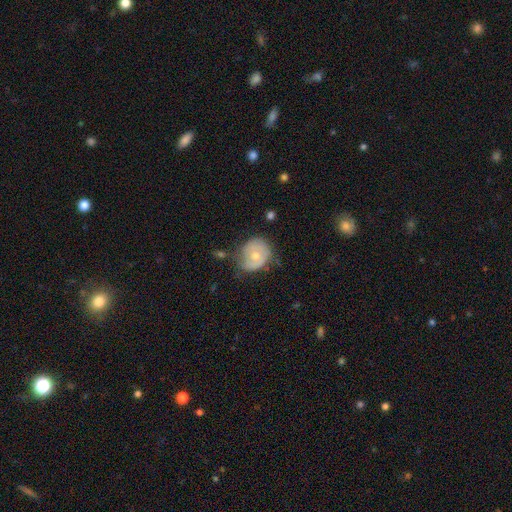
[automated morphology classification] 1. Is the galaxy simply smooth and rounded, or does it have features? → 48% smooth, 45% featured or disk, 7% star or artifact.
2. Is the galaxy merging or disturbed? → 52% none, 32% minor disturbance, 13% major disturbance, 3% merger.